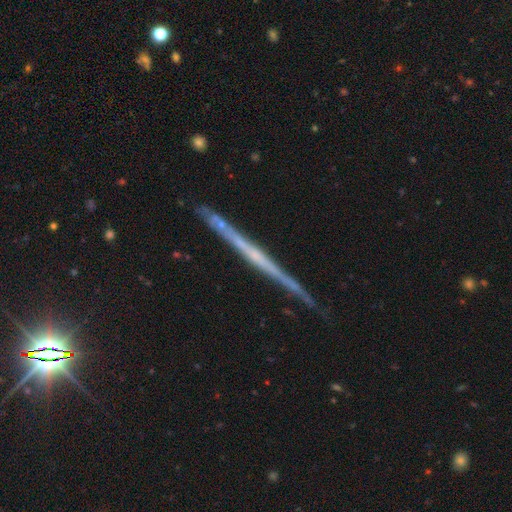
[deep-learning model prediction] Smooth or featured? Predicted: featured or disk (p=0.75). Edge-on disk? Predicted: yes (p=0.98). Edge-on bulge? Predicted: none (p=0.74). Merging? Predicted: none (p=0.87).